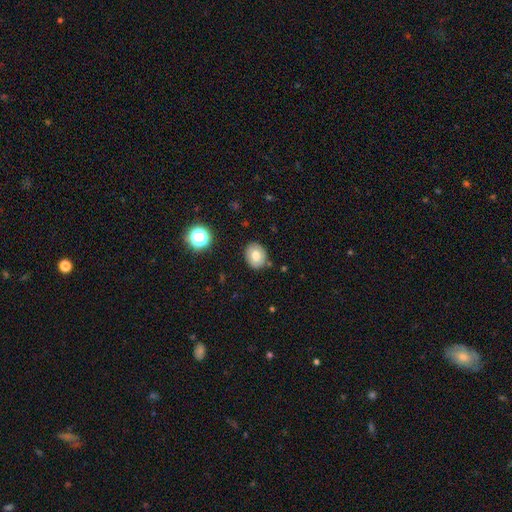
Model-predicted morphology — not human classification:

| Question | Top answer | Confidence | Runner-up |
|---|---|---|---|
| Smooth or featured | smooth | 72% | featured or disk (18%) |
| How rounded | round | 57% | in between (42%) |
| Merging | none | 86% | minor disturbance (10%) |